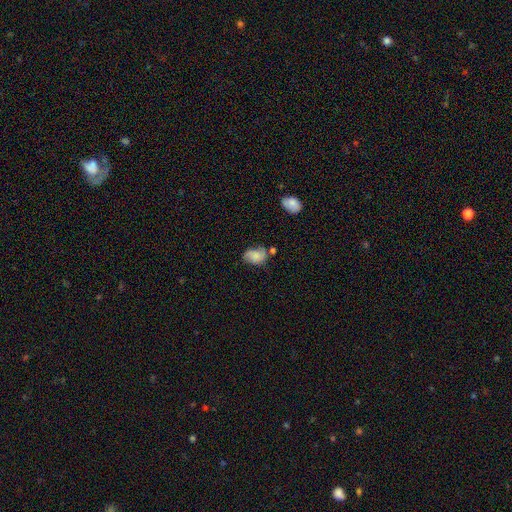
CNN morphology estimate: This is likely a smooth galaxy (64%). How rounded: clearly in between (81%). Merging: possibly none (48%).